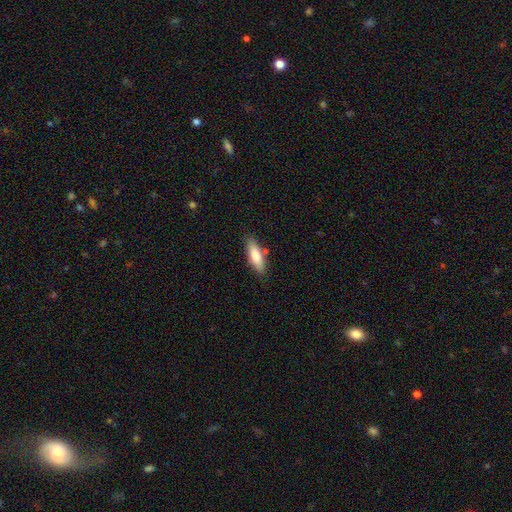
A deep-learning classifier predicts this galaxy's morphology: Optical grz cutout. It shows a smooth galaxy with no disk features (75%) that is in between round and cigar-shaped (53%). Merging: none (81%).